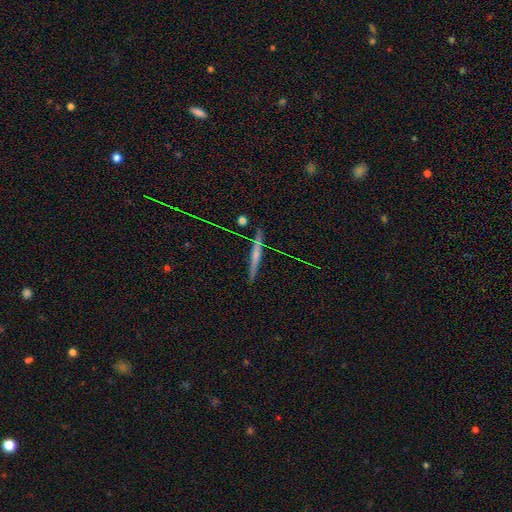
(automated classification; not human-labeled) This is possibly a featured or disk galaxy (56%). It is clearly viewed edge-on (97%). Edge-on bulge: possibly none (47%). Merging: clearly none (86%).